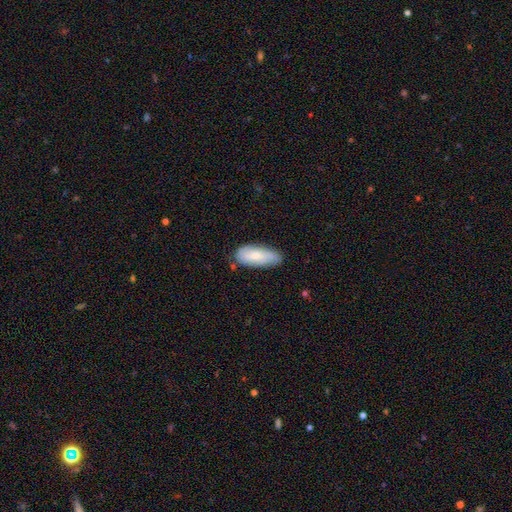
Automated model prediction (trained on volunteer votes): A smooth galaxy with no disk features (72%) that is in between round and cigar-shaped (78%).

Vote fractions:
- Smooth or featured? smooth: 72% / featured or disk: 22% / star or artifact: 6%
- How rounded? in between: 78% / cigar-shaped: 20% / round: 2%
- Merging? none: 67% / minor disturbance: 26% / major disturbance: 4% / merger: 2%